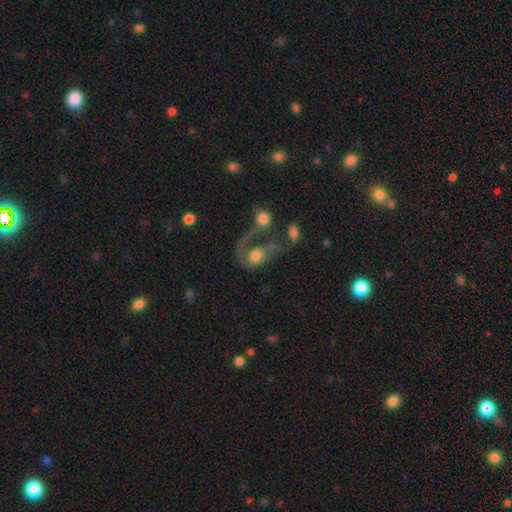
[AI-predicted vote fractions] Smooth or featured: featured or disk — 52% (smooth — 39%)
Edge-on disk: no — 96% (yes — 4%)
Merging: major disturbance — 37% (merger — 36%)